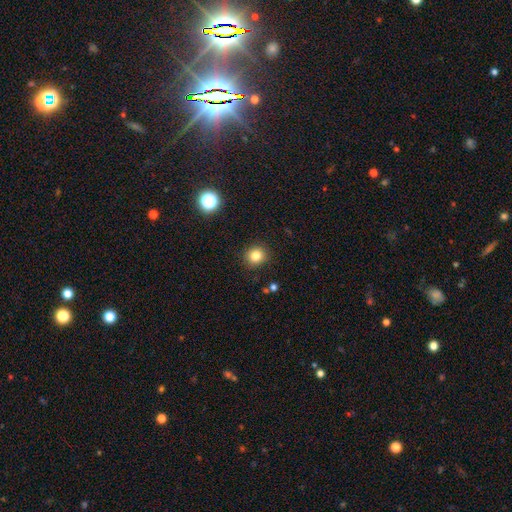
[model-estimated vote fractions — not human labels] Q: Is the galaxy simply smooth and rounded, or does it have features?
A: smooth — 82%.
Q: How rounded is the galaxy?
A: round — 86%.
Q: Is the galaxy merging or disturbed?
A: none — 90%.